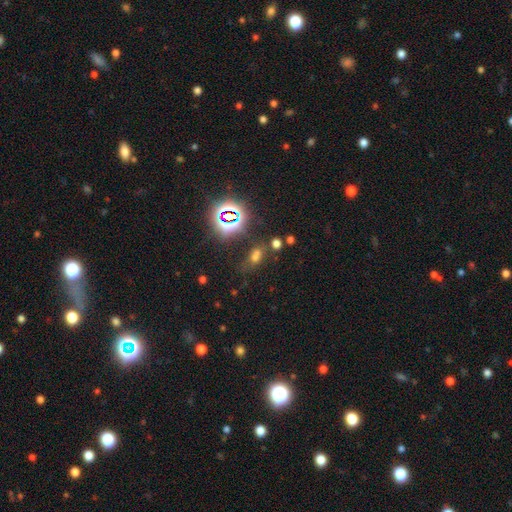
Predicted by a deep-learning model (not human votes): The model was most divided on "smooth or featured": smooth: 47%, star or artifact: 42%, featured or disk: 10%. More confident: merging — none (52%).